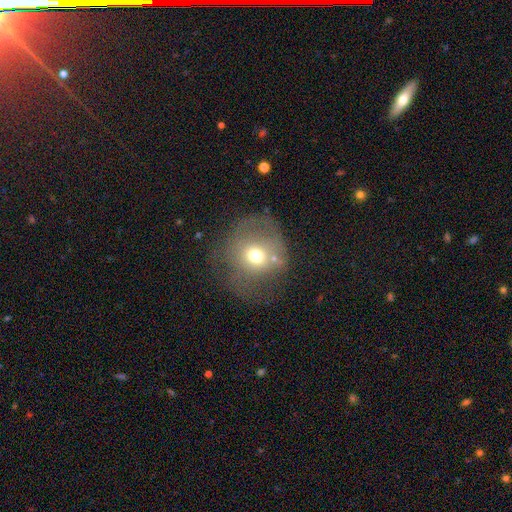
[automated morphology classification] Smooth or featured?
  - smooth: 59% *
  - featured or disk: 28%
  - star or artifact: 13%
How rounded?
  - round: 79% *
  - in between: 20%
  - cigar-shaped: 1%
Merging?
  - none: 40% *
  - major disturbance: 33%
  - minor disturbance: 23%
  - merger: 4%